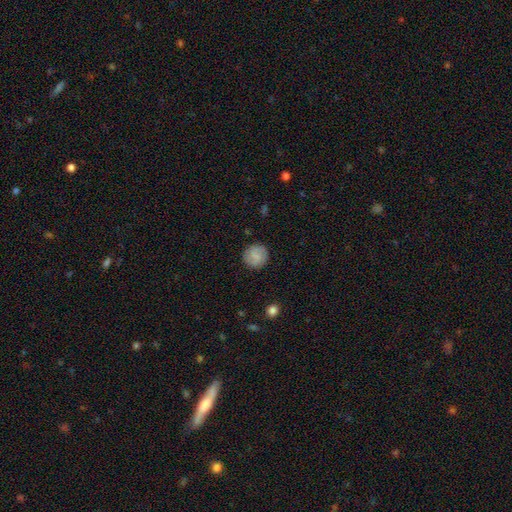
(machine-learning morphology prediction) Smooth or featured: smooth — 62% (featured or disk — 30%)
How rounded: round — 91% (in between — 8%)
Merging: none — 87% (minor disturbance — 9%)